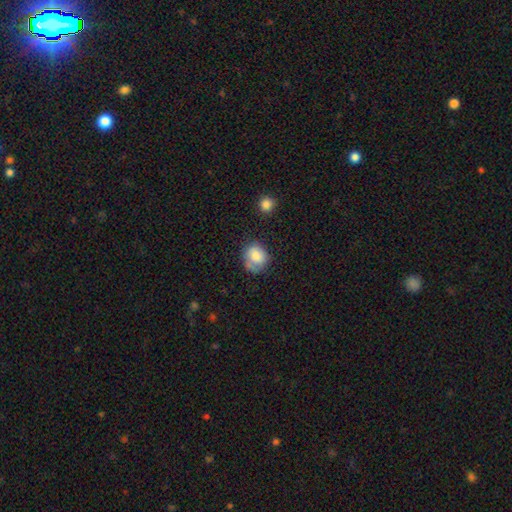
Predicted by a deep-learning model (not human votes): A smooth galaxy with no disk features (78%) that is round (66%). Merging: none (57%).